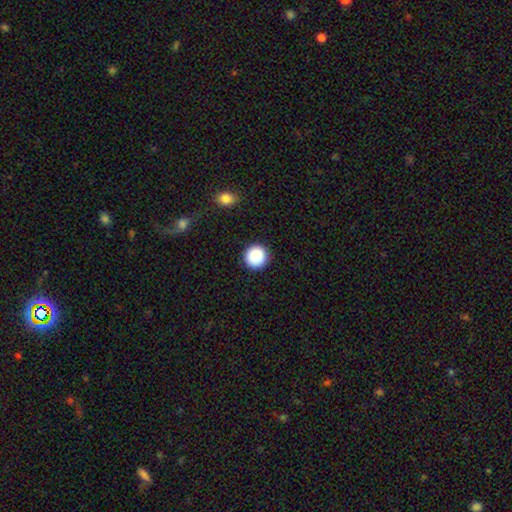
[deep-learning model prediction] Overall: smooth (88%). How rounded: round (96%). Merging: none (92%).